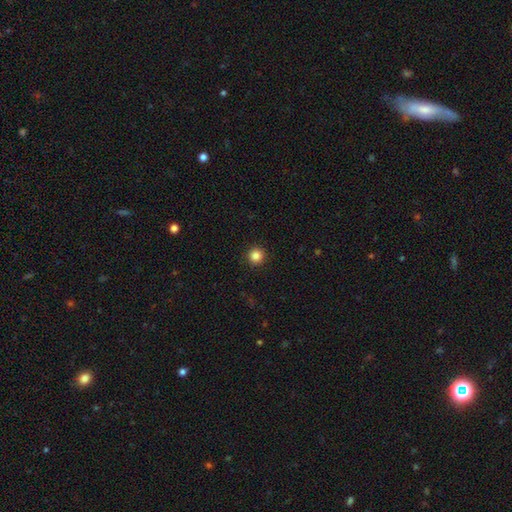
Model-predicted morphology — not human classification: The model was most divided on "smooth or featured": smooth: 85%, star or artifact: 12%, featured or disk: 4%. More confident: how rounded — round (96%); merging — none (93%).